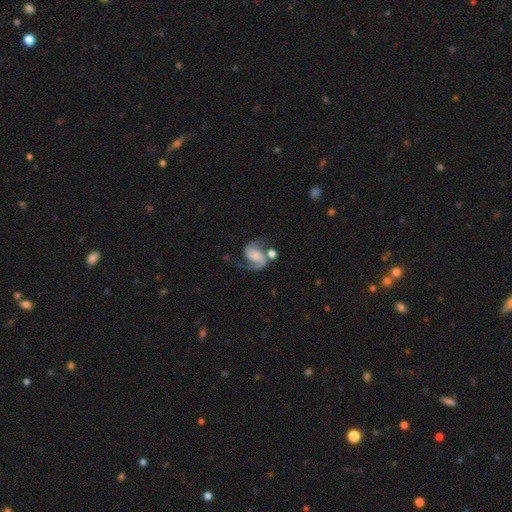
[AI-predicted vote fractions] Smooth or featured: featured or disk — 88% (smooth — 6%)
Edge-on disk: no — 98% (yes — 2%)
Bar: no — 53% (weak — 34%)
Spiral arms: yes — 97% (no — 3%)
Spiral winding: medium — 53% (loose — 32%)
Spiral arm count: 2 — 90% (1 — 5%)
Bulge size: none — 42% (small — 24%)
Merging: none — 57% (minor disturbance — 17%)